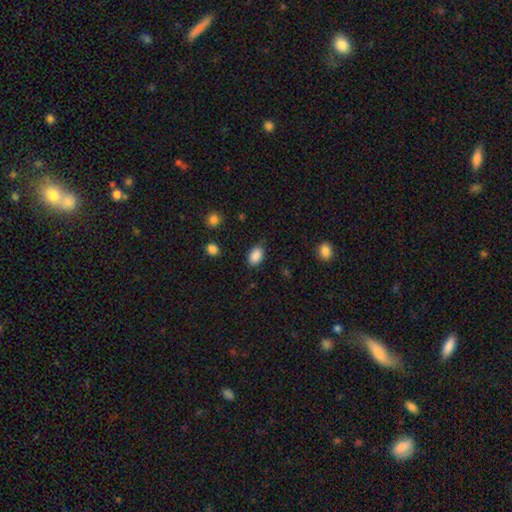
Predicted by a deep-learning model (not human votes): This appears to be a smooth galaxy with no disk features (88%) that is in between round and cigar-shaped (87%). Merging: none (80%).